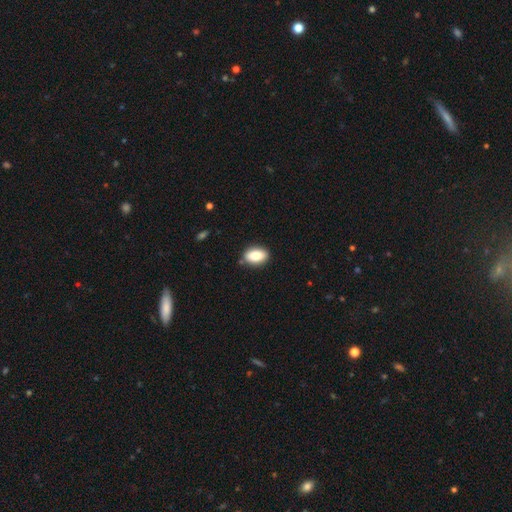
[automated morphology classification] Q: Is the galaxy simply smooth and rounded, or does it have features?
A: smooth — 84%.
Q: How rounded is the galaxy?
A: in between — 88%.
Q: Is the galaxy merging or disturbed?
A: none — 86%.